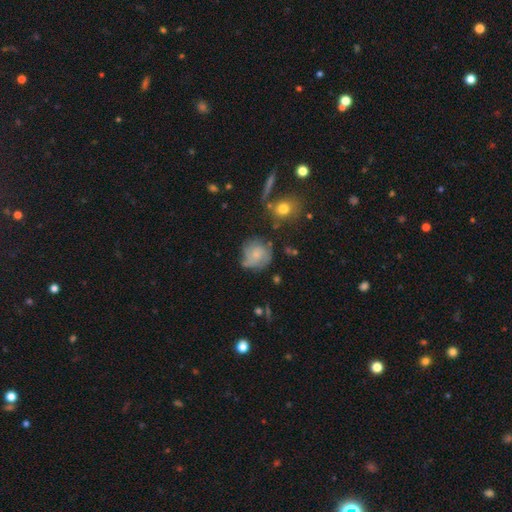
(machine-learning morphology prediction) The model was most divided on "smooth or featured": featured or disk: 47%, smooth: 44%, star or artifact: 9%. More confident: merging — none (61%).